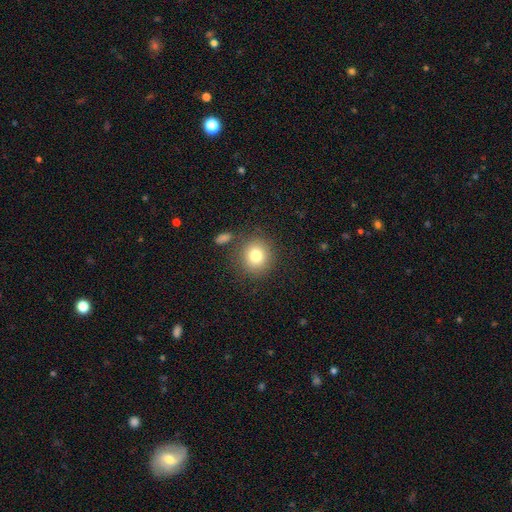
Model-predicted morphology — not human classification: smooth-or-featured: smooth: 79% | star or artifact: 11% | featured or disk: 10%
  how-rounded: round: 87% | in between: 12% | cigar-shaped: 1%
  merging: none: 82% | minor disturbance: 9% | merger: 5% | major disturbance: 4%